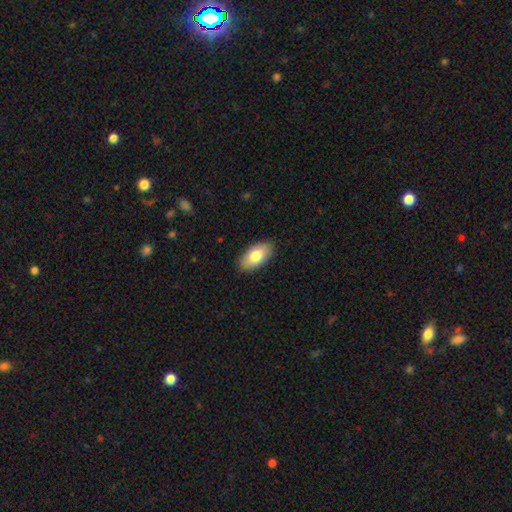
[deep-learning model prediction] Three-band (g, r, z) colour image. It shows a smooth galaxy with no disk features (78%) that is in between round and cigar-shaped (94%). Merging: none (88%).